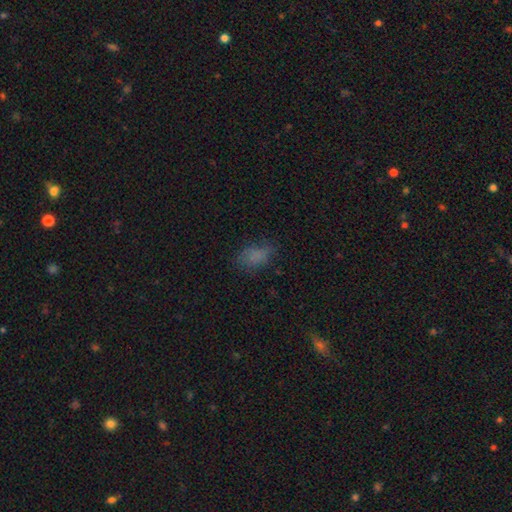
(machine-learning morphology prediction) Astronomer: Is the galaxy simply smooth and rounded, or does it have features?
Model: smooth — 74%.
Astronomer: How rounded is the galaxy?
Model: in between — 85%.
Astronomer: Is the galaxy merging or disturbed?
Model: none — 61%.